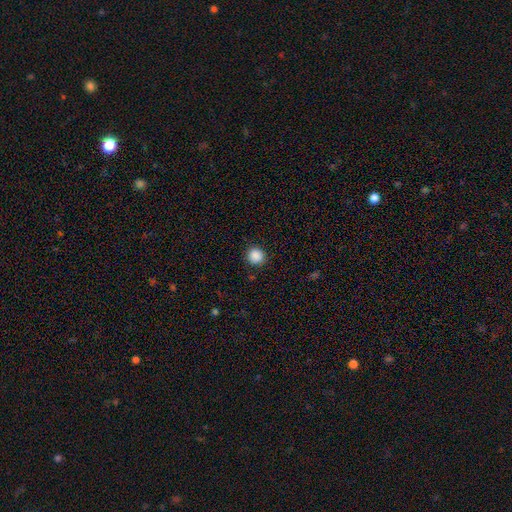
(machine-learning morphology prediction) A smooth galaxy with no disk features (88%) that is round (92%). Merging: none (90%).